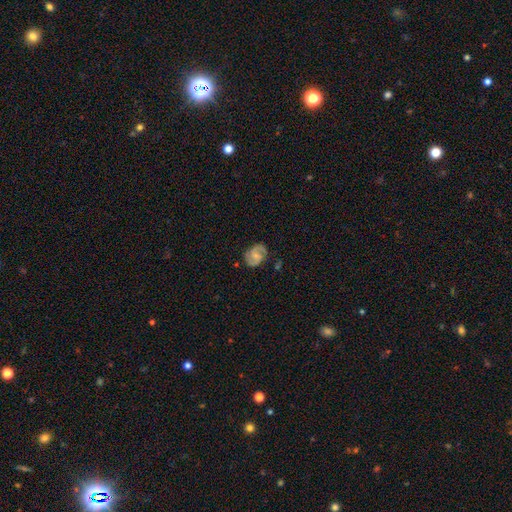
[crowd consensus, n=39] This appears to be a featured or disk galaxy (82%) with a weak bar (47%), 2 (100%) medium (52%) spiral arms (97%) and a small central bulge (60%). Merging: none (76%).